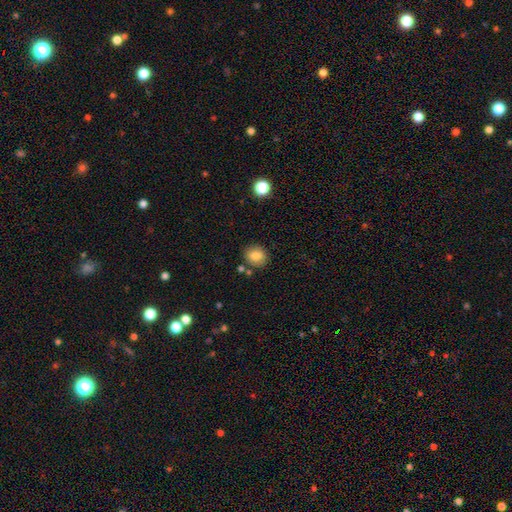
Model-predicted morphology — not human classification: This is clearly a smooth galaxy (82%). How rounded: likely round (72%). Merging: clearly none (83%).